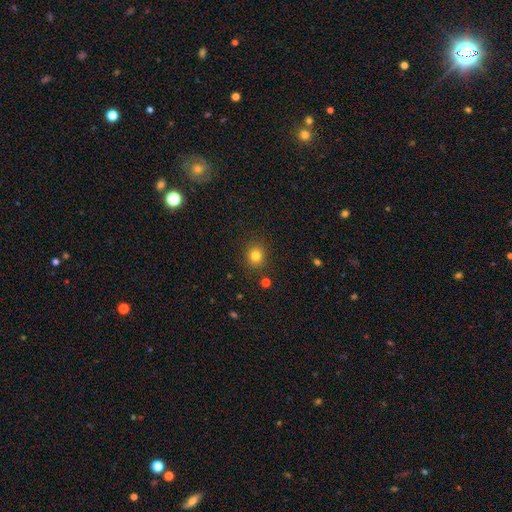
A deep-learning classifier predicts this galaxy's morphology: This appears to be a smooth galaxy with no disk features (80%) that is round (86%). Merging: none (88%).